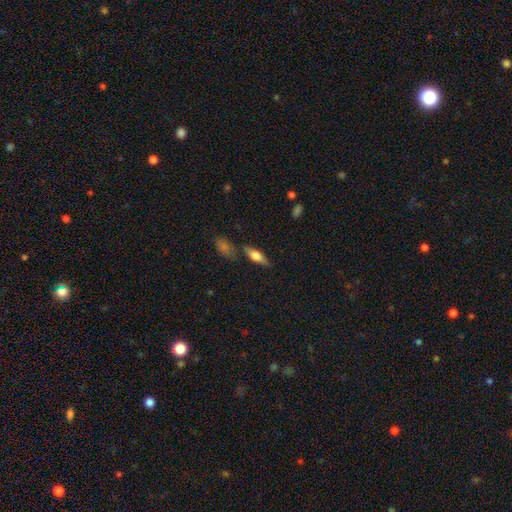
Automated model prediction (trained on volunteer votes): smooth-or-featured: smooth: 51% | featured or disk: 42% | star or artifact: 7%
  how-rounded: in between: 53% | cigar-shaped: 44% | round: 3%
  merging: none: 75% | minor disturbance: 14% | merger: 8% | major disturbance: 4%